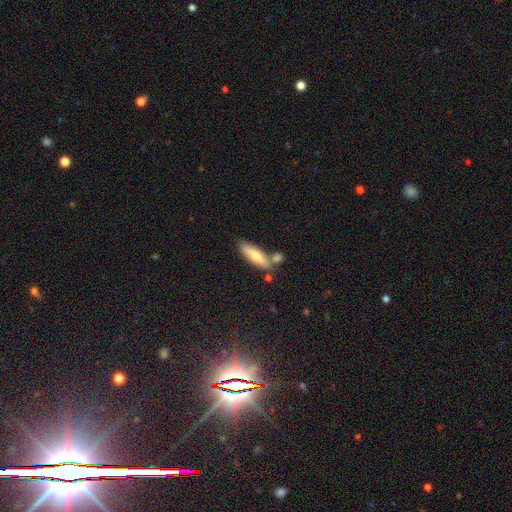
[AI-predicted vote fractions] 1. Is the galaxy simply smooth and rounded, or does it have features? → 66% smooth, 28% featured or disk, 6% star or artifact.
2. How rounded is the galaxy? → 59% cigar-shaped, 39% in between, 2% round.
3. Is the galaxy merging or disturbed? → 66% none, 17% merger, 14% minor disturbance, 3% major disturbance.